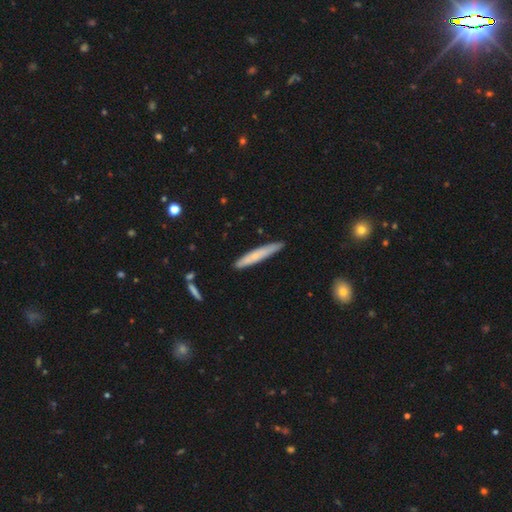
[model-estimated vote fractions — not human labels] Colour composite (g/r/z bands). It shows a smooth galaxy with no disk features (63%) that is cigar-shaped (94%). Merging: none (86%).